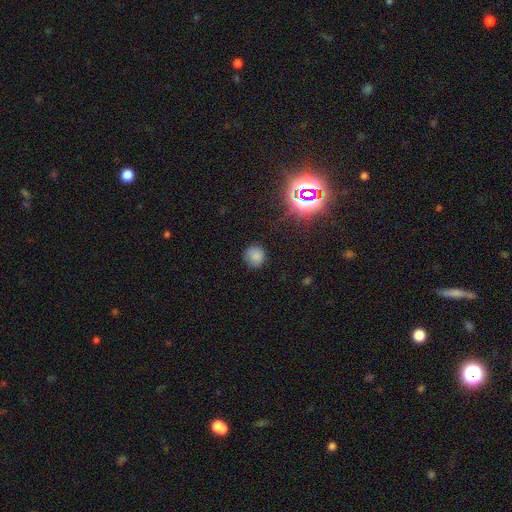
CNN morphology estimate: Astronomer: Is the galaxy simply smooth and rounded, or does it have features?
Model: smooth — 77%.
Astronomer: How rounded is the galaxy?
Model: round — 91%.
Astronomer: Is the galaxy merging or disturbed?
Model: none — 83%.